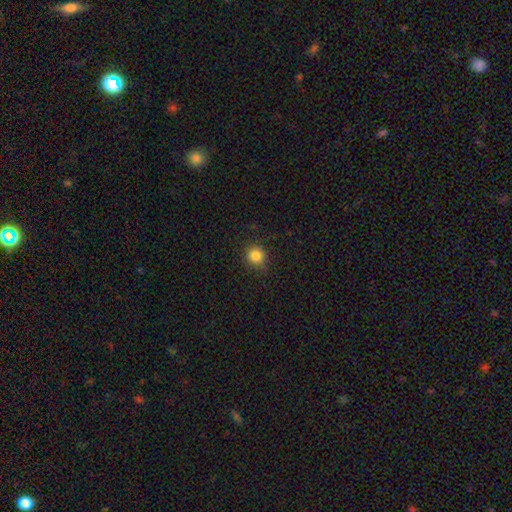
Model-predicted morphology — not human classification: This appears to be a smooth galaxy with no disk features (84%) that is round (90%). Merging: none (86%).